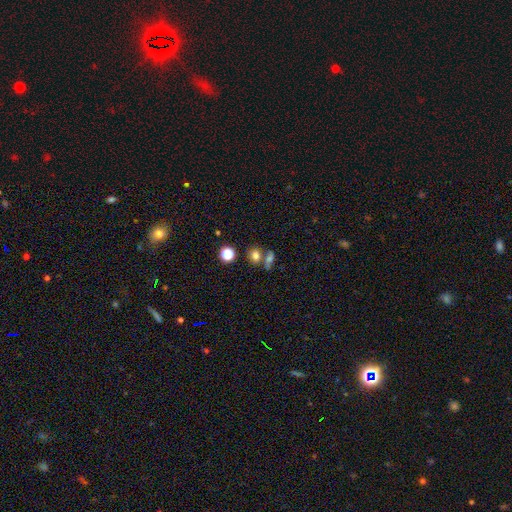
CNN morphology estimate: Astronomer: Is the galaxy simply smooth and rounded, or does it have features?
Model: smooth — 73%.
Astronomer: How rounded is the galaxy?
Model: round — 60% (runner-up: in between, 37%).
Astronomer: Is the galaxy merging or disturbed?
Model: none — 50% (runner-up: merger, 35%).